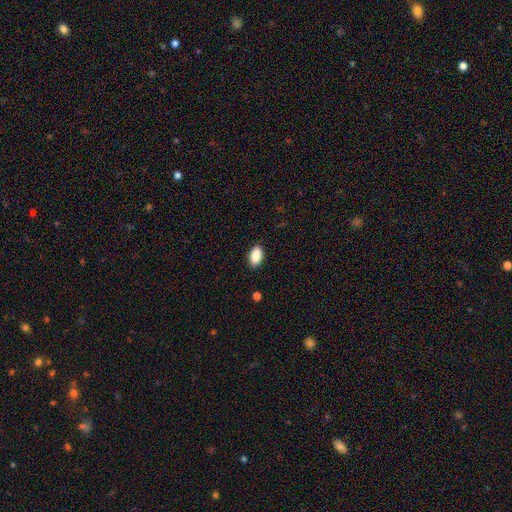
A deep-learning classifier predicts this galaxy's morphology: smooth 88%, star or artifact 7%, featured or disk 4%. Down the decision tree: how rounded — in between (93%); merging — none (89%).